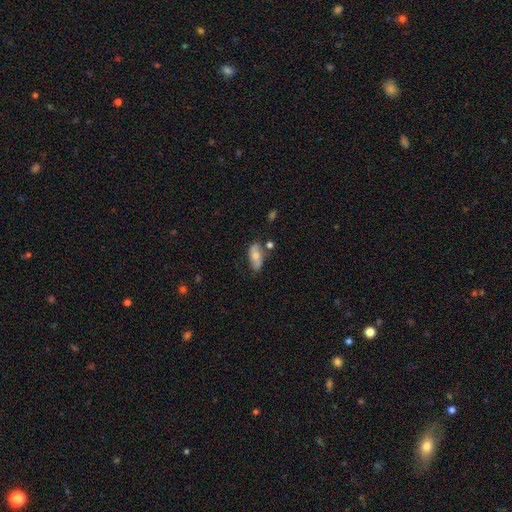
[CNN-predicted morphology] smooth 60%, featured or disk 33%, star or artifact 7%. Down the decision tree: how rounded — in between (86%); merging — none (62%).